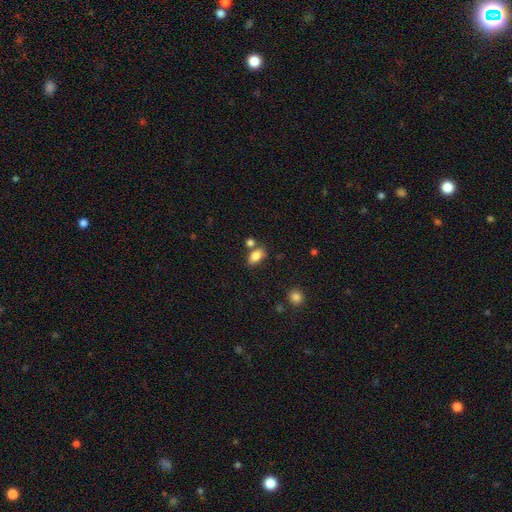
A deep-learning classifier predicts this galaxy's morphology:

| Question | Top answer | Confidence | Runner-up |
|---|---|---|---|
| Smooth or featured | smooth | 84% | star or artifact (9%) |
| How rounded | in between | 88% | round (9%) |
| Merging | none | 67% | merger (16%) |